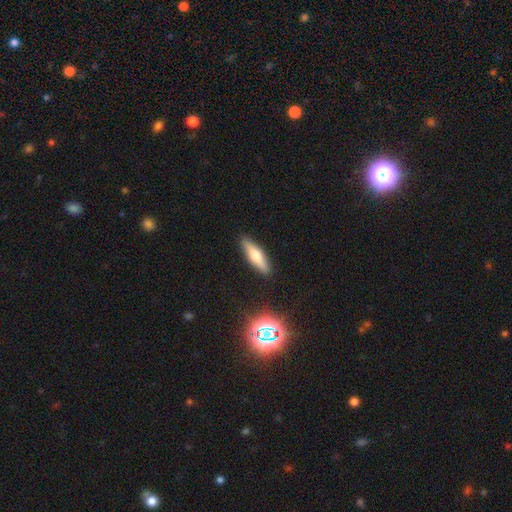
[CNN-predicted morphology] Smooth or featured: smooth — 57% (featured or disk — 35%)
How rounded: cigar-shaped — 68% (in between — 30%)
Merging: none — 89% (minor disturbance — 8%)